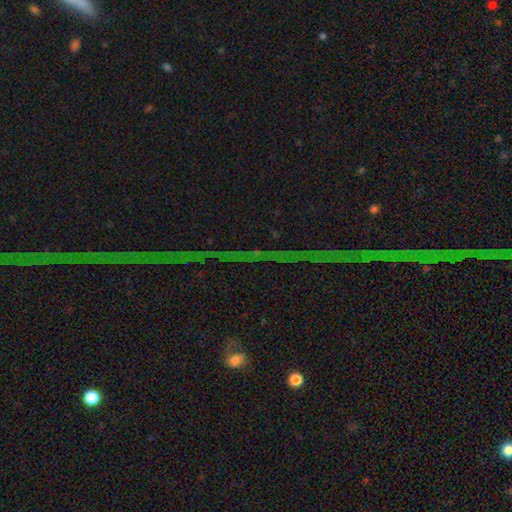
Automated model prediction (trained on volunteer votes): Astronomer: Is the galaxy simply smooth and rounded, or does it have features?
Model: star or artifact — 82%.